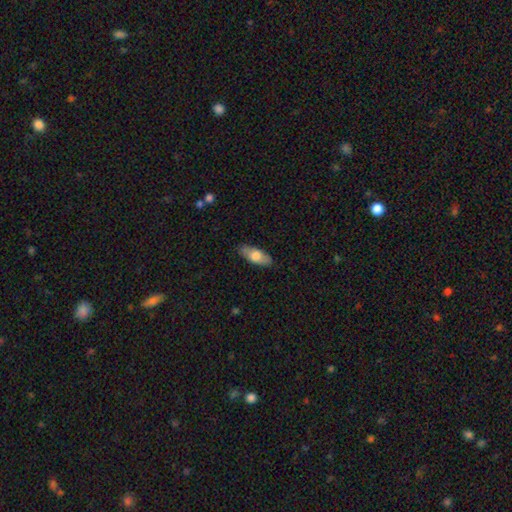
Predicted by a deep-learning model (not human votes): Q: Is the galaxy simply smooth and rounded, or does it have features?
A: smooth — 69%.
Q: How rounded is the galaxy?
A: in between — 80%.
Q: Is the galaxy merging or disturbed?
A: none — 86%.